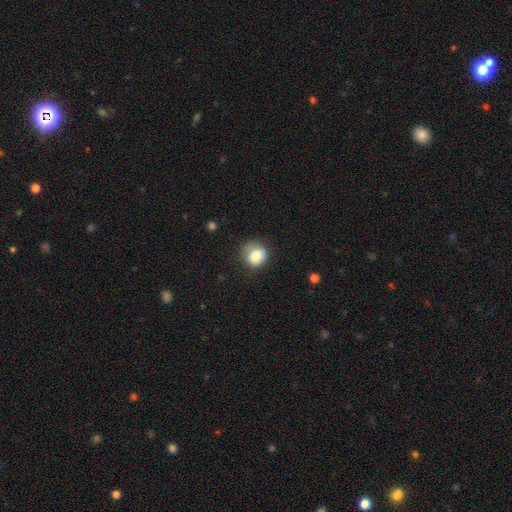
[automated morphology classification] Q: Smooth or featured?
A: smooth (83%); runner-up: star or artifact (9%)
Q: How rounded?
A: round (85%); runner-up: in between (14%)
Q: Merging?
A: none (72%); runner-up: minor disturbance (20%)